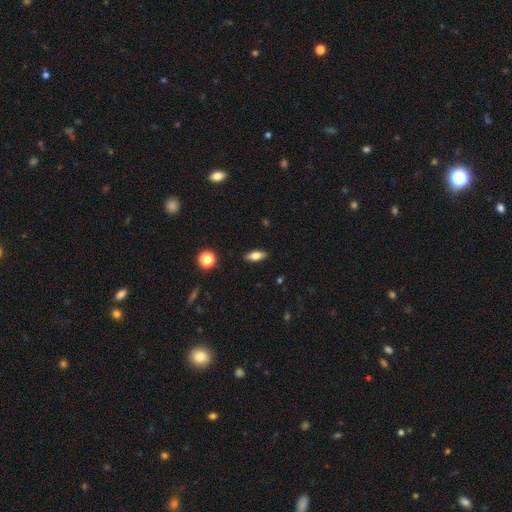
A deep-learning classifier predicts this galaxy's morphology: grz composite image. It shows a smooth galaxy with no disk features (73%) that is in between round and cigar-shaped (79%). Merging: none (89%).